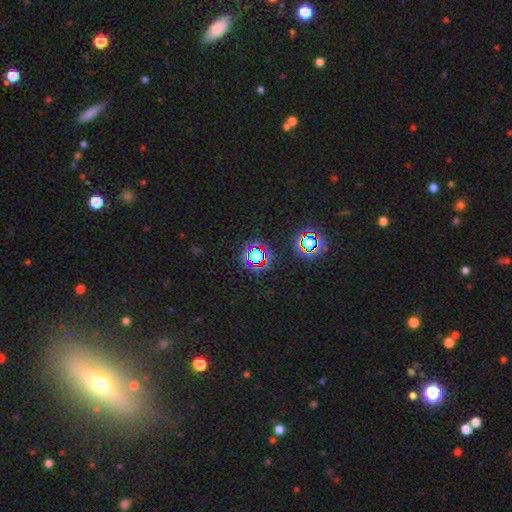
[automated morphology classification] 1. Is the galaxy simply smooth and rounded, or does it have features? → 71% star or artifact, 19% smooth, 10% featured or disk.